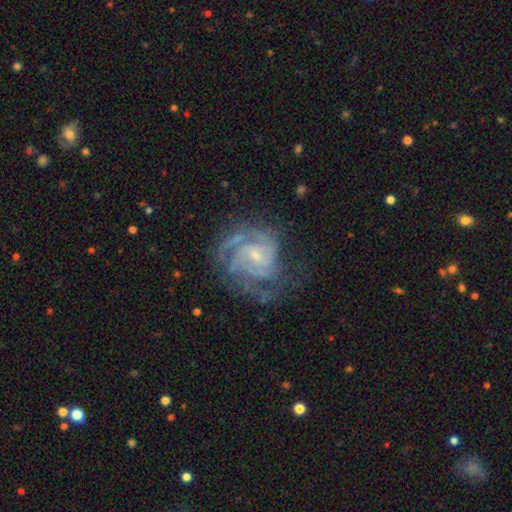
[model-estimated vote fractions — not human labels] smooth_or_featured: featured or disk (p=0.87) [alt: smooth p=0.07]
disk_edge_on: no (p=0.98) [alt: yes p=0.02]
bar: no (p=0.50) [alt: weak p=0.41]
has_spiral_arms: yes (p=0.96) [alt: no p=0.04]
spiral_winding: tight (p=0.57) [alt: medium p=0.36]
spiral_arm_count: 3 (p=0.30) [alt: can't tell p=0.24]
bulge_size: small (p=0.72) [alt: moderate p=0.20]
merging: none (p=0.57) [alt: minor disturbance p=0.21]